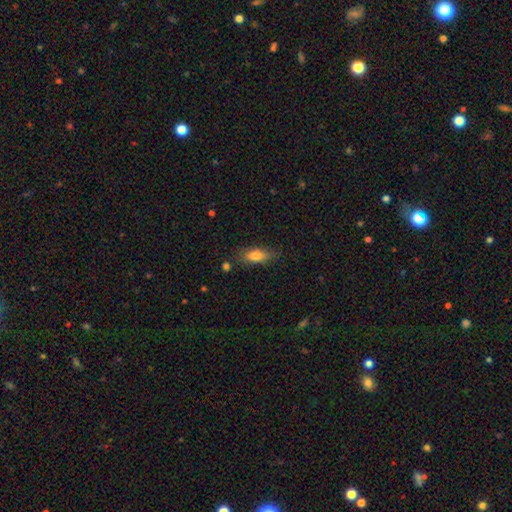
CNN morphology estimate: Q: Smooth or featured?
A: smooth (77%); runner-up: featured or disk (16%)
Q: How rounded?
A: in between (70%); runner-up: cigar-shaped (26%)
Q: Merging?
A: none (75%); runner-up: minor disturbance (18%)